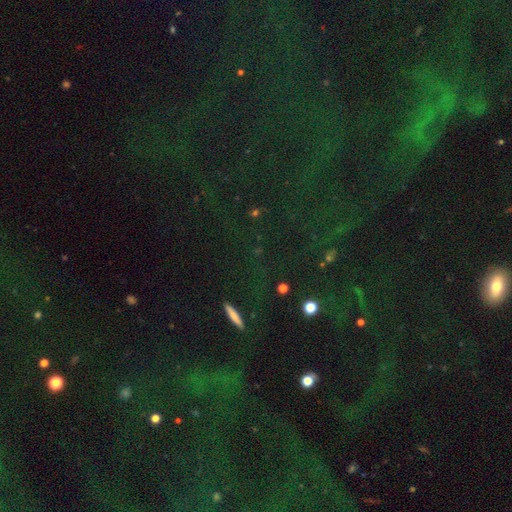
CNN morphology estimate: star or artifact 77%, smooth 12%, featured or disk 11%.